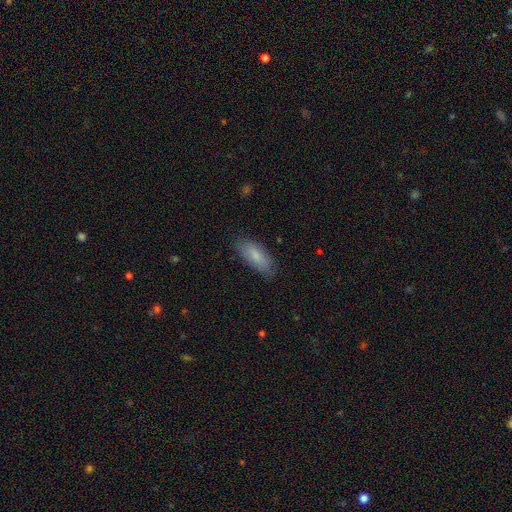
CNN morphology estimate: This appears to be a smooth galaxy with no disk features (81%) that is in between round and cigar-shaped (75%). Merging: none (81%).